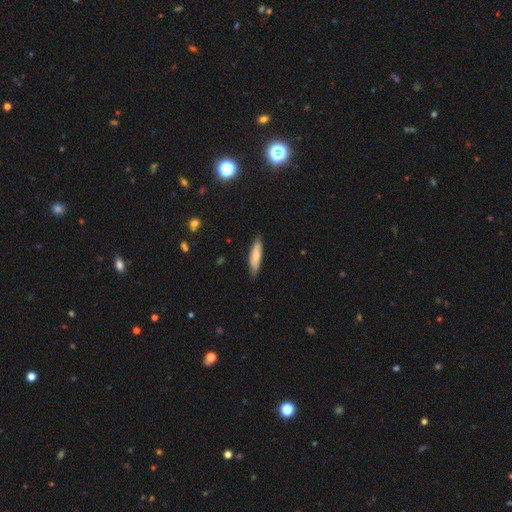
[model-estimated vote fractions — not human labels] The model was most divided on "how rounded": cigar-shaped: 67%, in between: 32%, round: 2%. More confident: merging — none (79%); smooth or featured — smooth (70%).